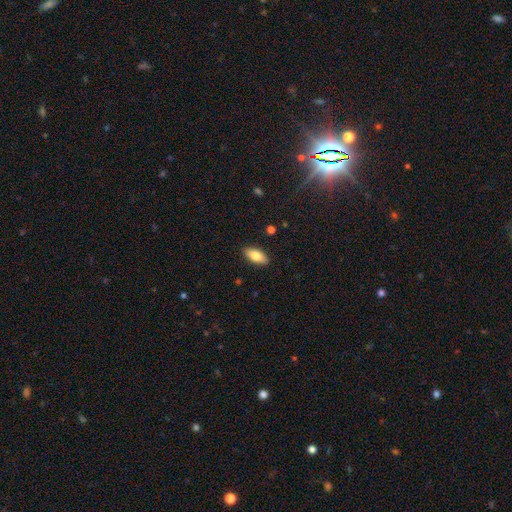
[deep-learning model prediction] smooth_or_featured: smooth (p=0.82) [alt: featured or disk p=0.12]
how_rounded: in between (p=0.87) [alt: cigar-shaped p=0.11]
merging: none (p=0.89) [alt: minor disturbance p=0.09]